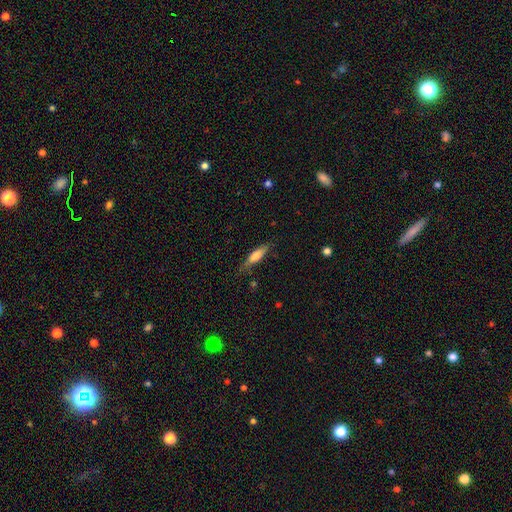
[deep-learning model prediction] Smooth or featured?
  - smooth: 70% *
  - featured or disk: 23%
  - star or artifact: 7%
How rounded?
  - cigar-shaped: 64% *
  - in between: 34%
  - round: 2%
Merging?
  - none: 66% *
  - minor disturbance: 24%
  - major disturbance: 7%
  - merger: 2%